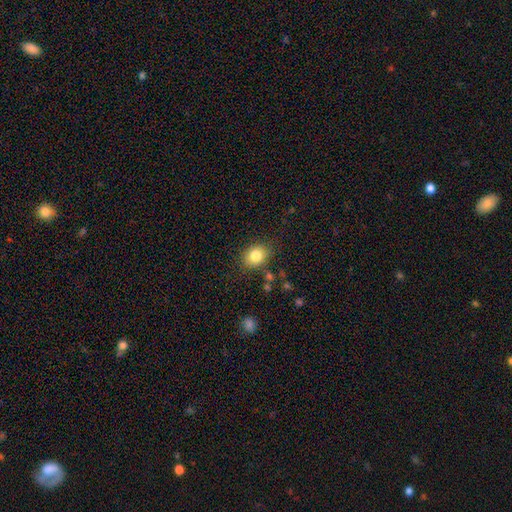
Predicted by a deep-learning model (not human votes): smooth_or_featured: smooth (p=0.82) [alt: star or artifact p=0.10]
how_rounded: in between (p=0.51) [alt: round p=0.48]
merging: none (p=0.82) [alt: minor disturbance p=0.12]